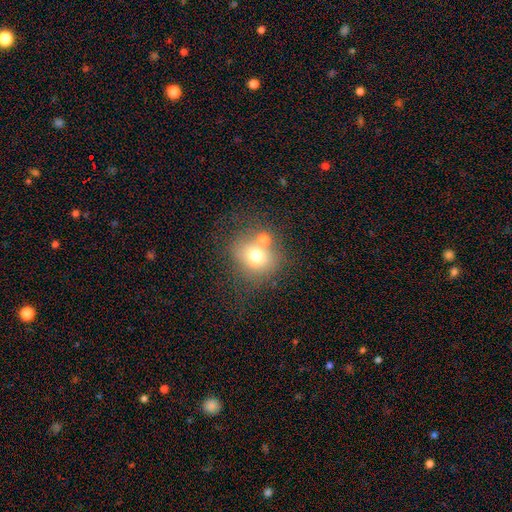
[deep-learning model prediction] A smooth galaxy with no disk features (68%) that is round (75%). Merging: none (50%).